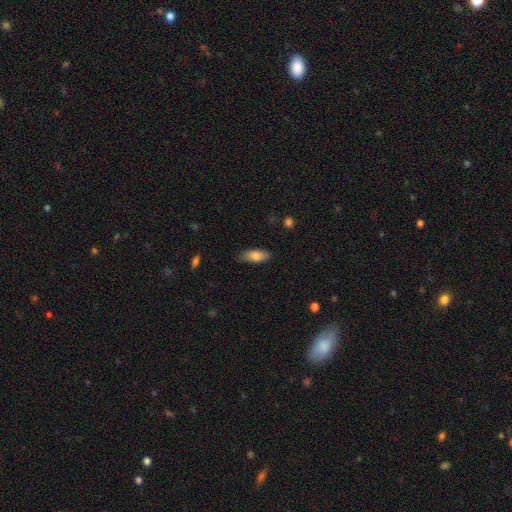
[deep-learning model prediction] smooth_or_featured: smooth (p=0.79) [alt: featured or disk p=0.14]
how_rounded: in between (p=0.76) [alt: cigar-shaped p=0.22]
merging: none (p=0.83) [alt: minor disturbance p=0.13]